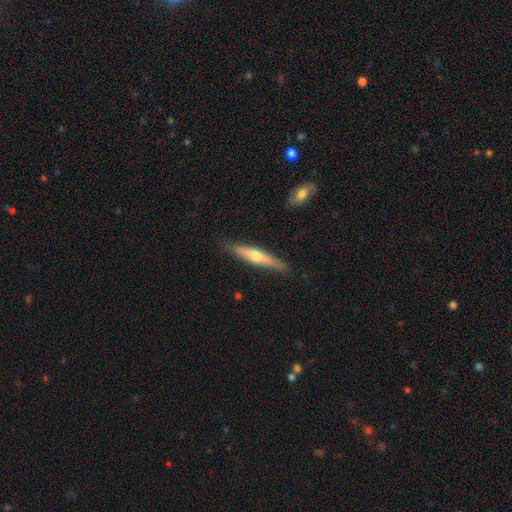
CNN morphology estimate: Smooth or featured? featured or disk (54%)
Edge-on disk? yes (94%)
Edge-on bulge? rounded (89%)
Merging? none (86%)